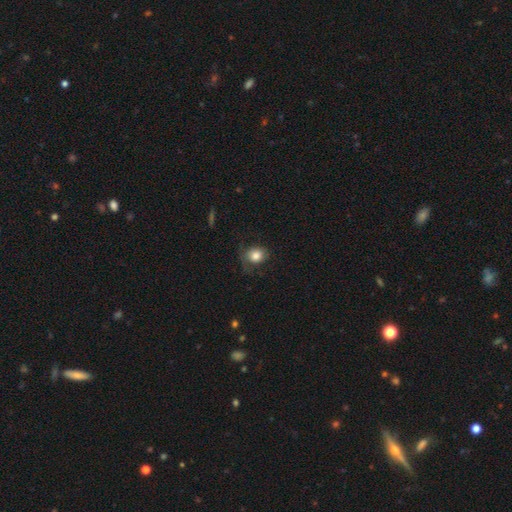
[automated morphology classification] Smooth or featured?
  - smooth: 82% *
  - star or artifact: 9%
  - featured or disk: 9%
How rounded?
  - round: 69% *
  - in between: 30%
  - cigar-shaped: 1%
Merging?
  - none: 63% *
  - minor disturbance: 24%
  - major disturbance: 12%
  - merger: 1%